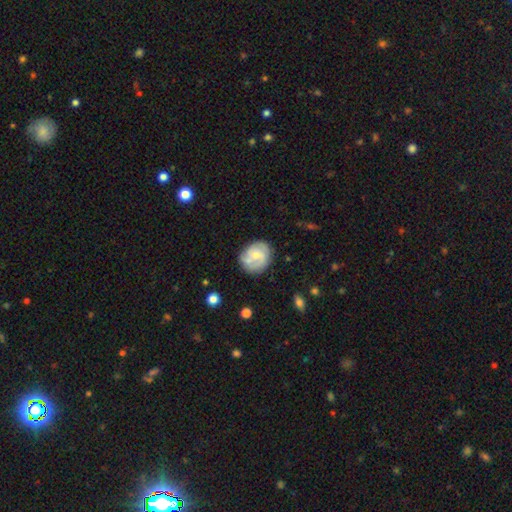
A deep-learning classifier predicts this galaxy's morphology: A featured or disk galaxy (61%) with no bar (63%), 2 (33%) tight (45%) spiral arms (84%) and a small central bulge (52%). Merging: none (71%).